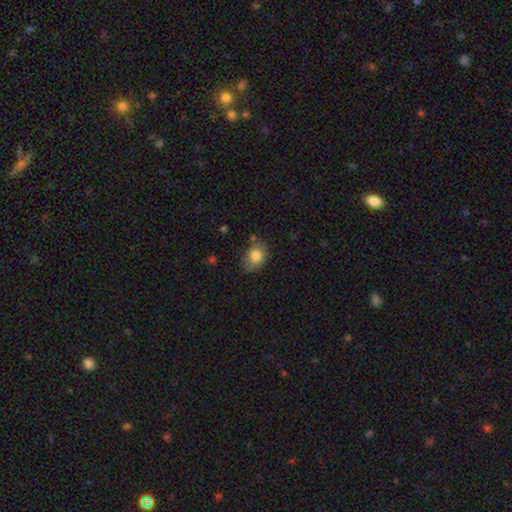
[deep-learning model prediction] Smooth or featured? smooth (80%)
How rounded? in between (71%)
Merging? none (71%)